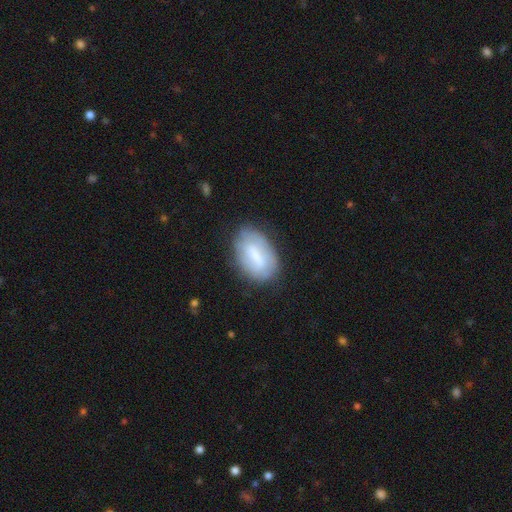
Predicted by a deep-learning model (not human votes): Overall: smooth (50%; featured or disk 42%). How rounded: in between (90%). Merging: none (72%).